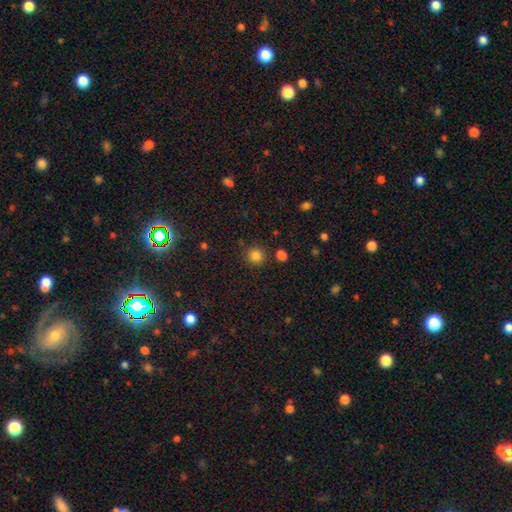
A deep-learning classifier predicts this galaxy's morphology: A smooth galaxy with no disk features (83%) that is round (92%). Merging: none (85%).